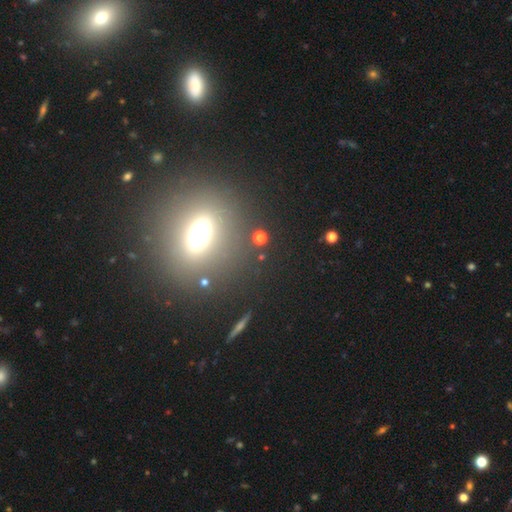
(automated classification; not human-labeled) Q: Smooth or featured?
A: smooth (46%); runner-up: featured or disk (27%)
Q: Merging?
A: none (84%); runner-up: minor disturbance (8%)